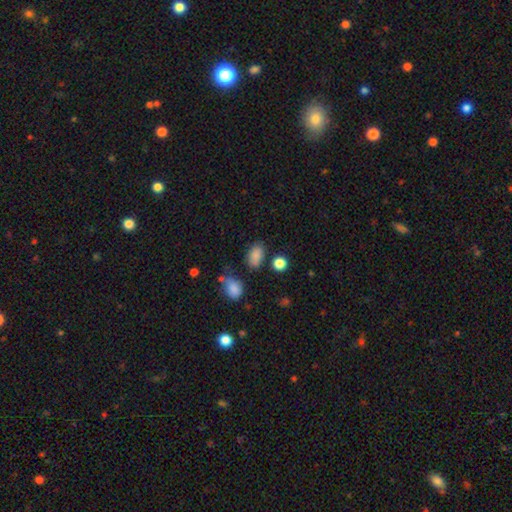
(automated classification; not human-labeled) This is clearly a smooth galaxy (85%). How rounded: clearly in between (87%). Merging: likely none (72%).